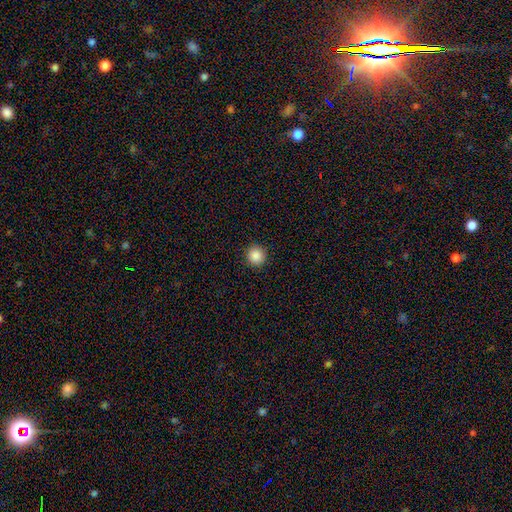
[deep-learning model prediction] smooth 88%, star or artifact 9%, featured or disk 3%. Down the decision tree: how rounded — round (95%); merging — none (93%).